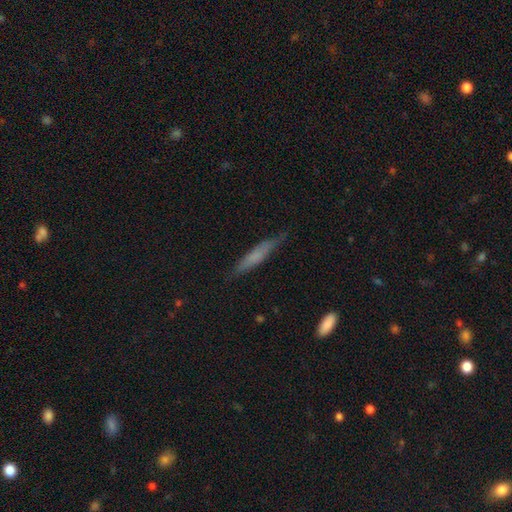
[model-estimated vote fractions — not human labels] smooth-or-featured: smooth: 62% | featured or disk: 31% | star or artifact: 7%
  how-rounded: cigar-shaped: 91% | in between: 8% | round: 2%
  merging: none: 77% | minor disturbance: 17% | major disturbance: 4% | merger: 2%